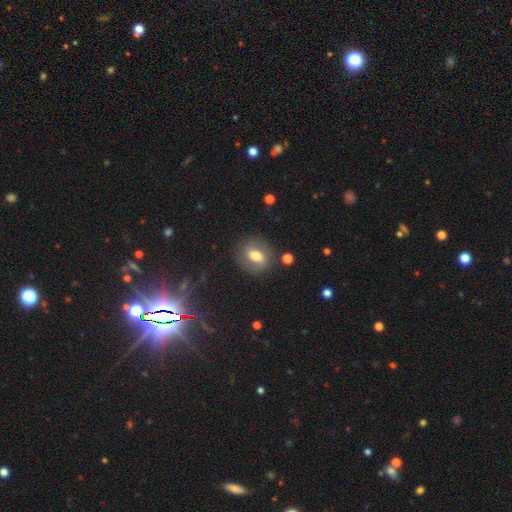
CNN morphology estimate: Smooth or featured?
  - smooth: 58% *
  - featured or disk: 32%
  - star or artifact: 10%
How rounded?
  - round: 56% *
  - in between: 42%
  - cigar-shaped: 2%
Merging?
  - none: 81% *
  - minor disturbance: 11%
  - major disturbance: 5%
  - merger: 2%